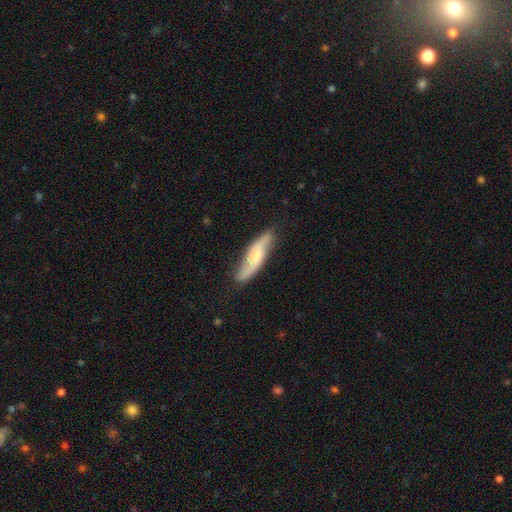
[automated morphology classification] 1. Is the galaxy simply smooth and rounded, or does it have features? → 55% featured or disk, 39% smooth, 6% star or artifact.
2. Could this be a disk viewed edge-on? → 67% no, 33% yes.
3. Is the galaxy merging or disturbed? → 80% none, 15% minor disturbance, 3% major disturbance, 1% merger.